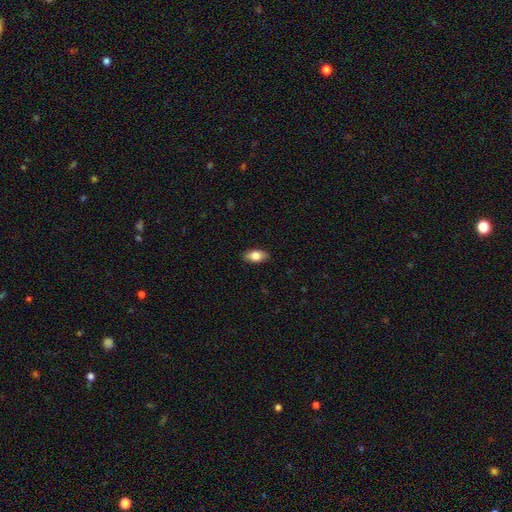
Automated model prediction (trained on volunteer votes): This appears to be a smooth galaxy with no disk features (81%) that is in between round and cigar-shaped (90%). Merging: none (88%).